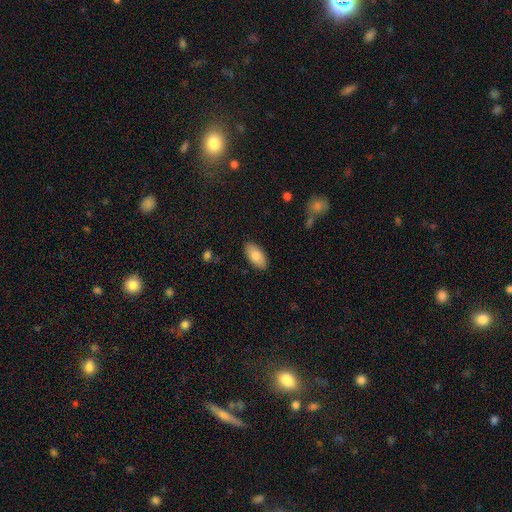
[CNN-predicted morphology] smooth-or-featured: smooth: 82% | featured or disk: 12% | star or artifact: 6%
  how-rounded: in between: 94% | cigar-shaped: 4% | round: 3%
  merging: none: 87% | minor disturbance: 10% | major disturbance: 2% | merger: 1%